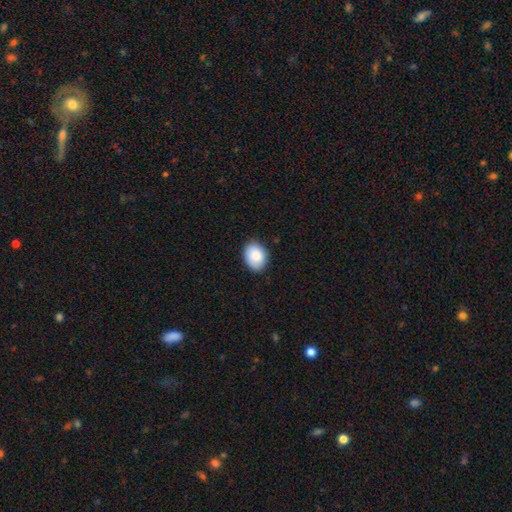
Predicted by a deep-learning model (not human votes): smooth 86%, featured or disk 7%, star or artifact 7%. Down the decision tree: how rounded — in between (69%); merging — none (85%).